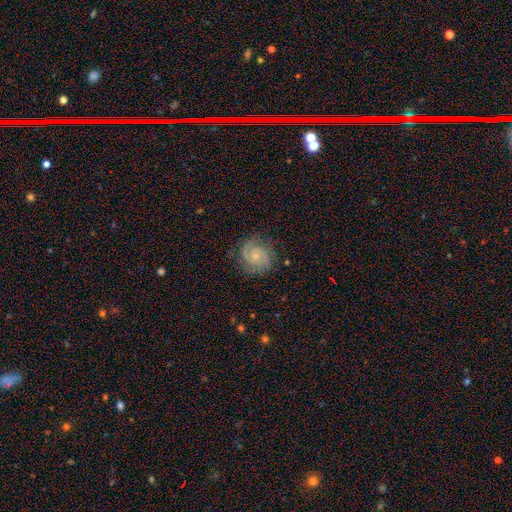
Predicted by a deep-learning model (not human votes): Overall: featured or disk (82%). Edge-on disk: no (98%). Bar: no (73%). Spiral arms: yes (97%). Spiral arm count: 2 (62%). Spiral winding: tight (66%; medium 29%). Bulge size: small (70%). Merging: none (80%).